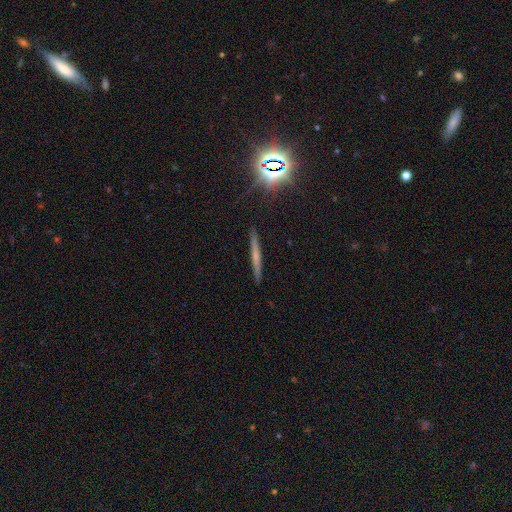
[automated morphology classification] This appears to be a featured or disk galaxy (42%). Merging: none (89%).